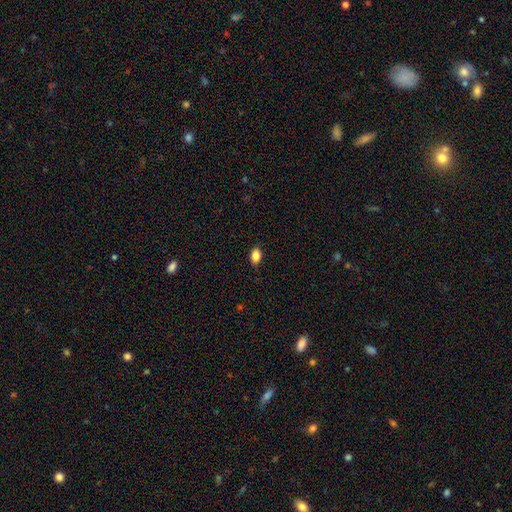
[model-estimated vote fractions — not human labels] A smooth galaxy with no disk features (86%) that is in between round and cigar-shaped (86%).

Vote fractions:
- Smooth or featured? smooth: 86% / star or artifact: 9% / featured or disk: 5%
- How rounded? in between: 86% / round: 11% / cigar-shaped: 3%
- Merging? none: 84% / minor disturbance: 12% / major disturbance: 2% / merger: 1%